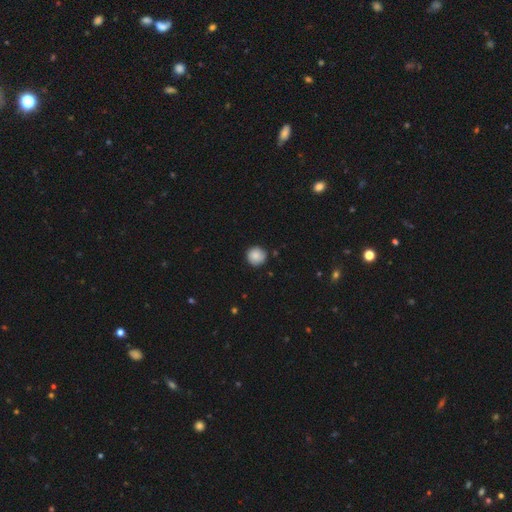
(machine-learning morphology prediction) smooth-or-featured: smooth: 87% | star or artifact: 8% | featured or disk: 6%
  how-rounded: round: 95% | in between: 4% | cigar-shaped: 1%
  merging: none: 88% | minor disturbance: 9% | major disturbance: 2% | merger: 1%